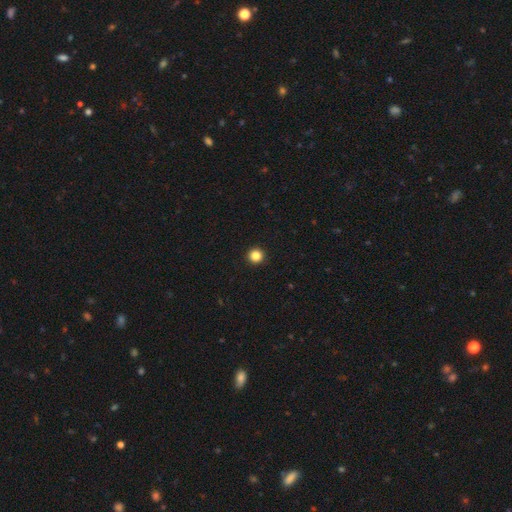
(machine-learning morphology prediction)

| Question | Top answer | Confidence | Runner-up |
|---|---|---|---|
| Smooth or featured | smooth | 85% | star or artifact (11%) |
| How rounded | round | 96% | in between (3%) |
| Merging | none | 95% | minor disturbance (3%) |